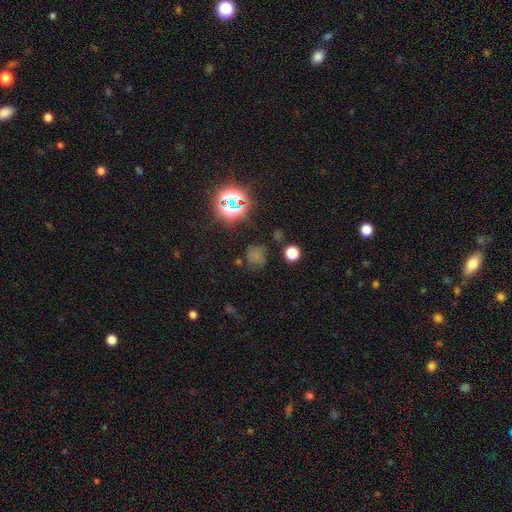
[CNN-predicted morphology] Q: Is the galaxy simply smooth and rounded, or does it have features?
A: smooth — 56%.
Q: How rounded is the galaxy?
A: round — 84%.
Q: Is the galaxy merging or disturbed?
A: none — 70%.